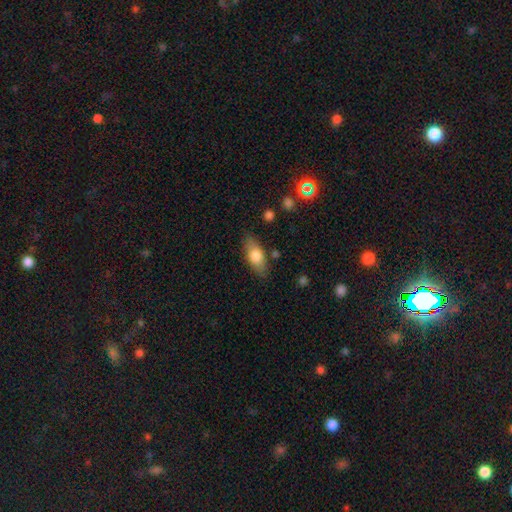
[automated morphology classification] Smooth or featured: smooth — 72% (featured or disk — 21%)
How rounded: in between — 78% (cigar-shaped — 18%)
Merging: none — 80% (minor disturbance — 14%)